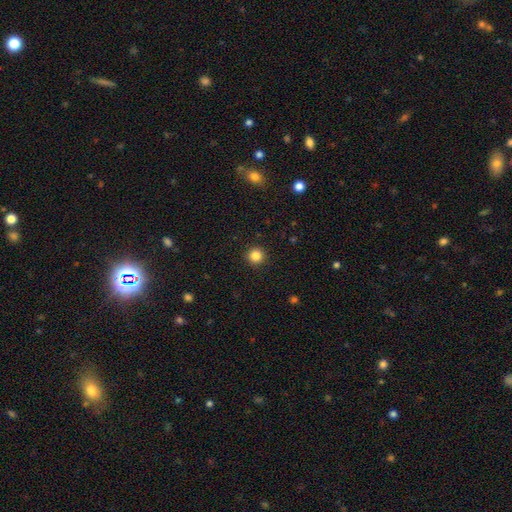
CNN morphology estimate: This appears to be a smooth galaxy with no disk features (85%) that is round (95%). Merging: none (92%).